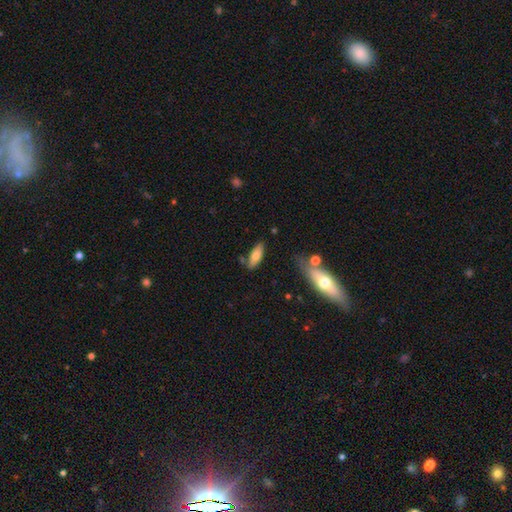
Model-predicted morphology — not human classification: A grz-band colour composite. It shows a smooth galaxy with no disk features (73%) that is in between round and cigar-shaped (66%). Merging: none (71%).